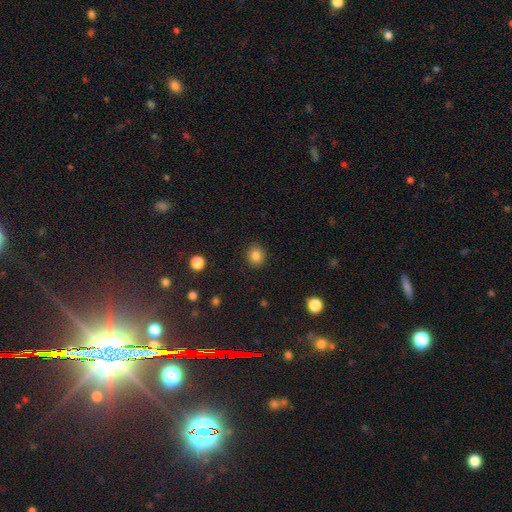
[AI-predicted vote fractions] A smooth galaxy with no disk features (84%) that is round (84%).

Vote fractions:
- Smooth or featured? smooth: 84% / star or artifact: 11% / featured or disk: 5%
- How rounded? round: 84% / in between: 15% / cigar-shaped: 1%
- Merging? none: 90% / minor disturbance: 7% / major disturbance: 2% / merger: 1%